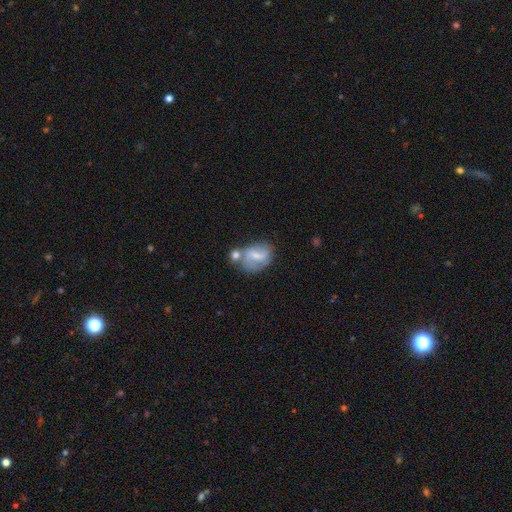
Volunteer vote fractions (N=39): Q: Smooth or featured?
A: featured or disk (54%); runner-up: smooth (36%)
Q: Edge-on disk?
A: no (90%); runner-up: yes (10%)
Q: Bar?
A: weak (58%); runner-up: strong (26%)
Q: Spiral arms?
A: yes (79%); runner-up: no (21%)
Q: Spiral winding?
A: medium (53%); runner-up: loose (27%)
Q: Spiral arm count?
A: 2 (67%); runner-up: can't tell (27%)
Q: Bulge size?
A: small (47%); runner-up: moderate (42%)
Q: Merging?
A: merger (43%); runner-up: none (29%)